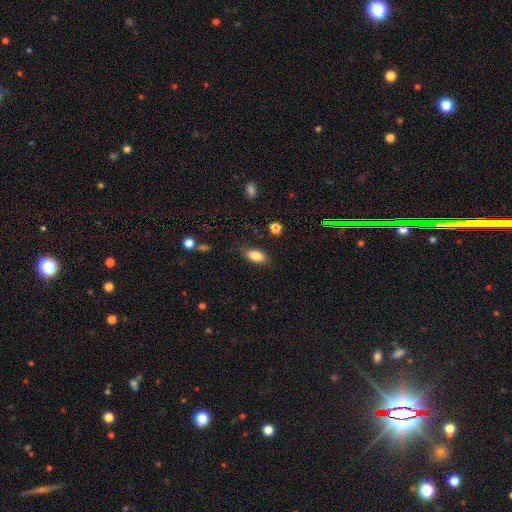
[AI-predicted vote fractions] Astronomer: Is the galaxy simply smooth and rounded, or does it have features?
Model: smooth — 85%.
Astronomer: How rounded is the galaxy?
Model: in between — 88%.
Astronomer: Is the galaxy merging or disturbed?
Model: none — 79%.